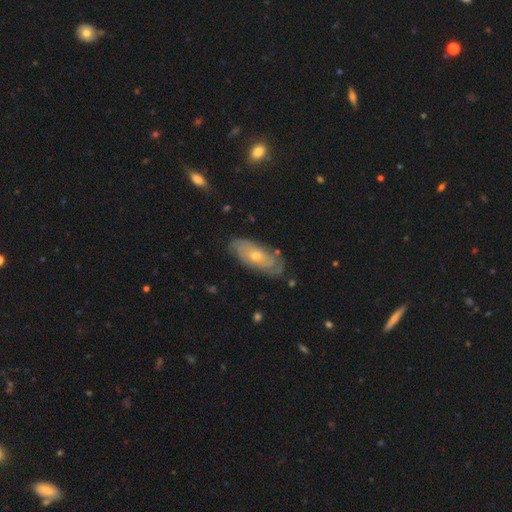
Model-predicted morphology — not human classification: A featured or disk galaxy (71%) with no bar (80%), tight (70%) spiral arms (82%) and a moderate central bulge (53%).

Vote fractions:
- Smooth or featured? featured or disk: 71% / smooth: 22% / star or artifact: 7%
- Edge-on disk? no: 88% / yes: 12%
- Bar? no: 80% / weak: 17% / strong: 3%
- Spiral arms? yes: 82% / no: 18%
- Spiral winding? tight: 70% / medium: 23% / loose: 8%
- Spiral arm count? can't tell: 56% / 2: 26% / 3: 7% / 4: 4% / 1: 4% / more than 4: 3%
- Bulge size? moderate: 53% / small: 44% / large: 2% / none: 1% / dominant: 1%
- Merging? none: 78% / minor disturbance: 17% / major disturbance: 4% / merger: 2%